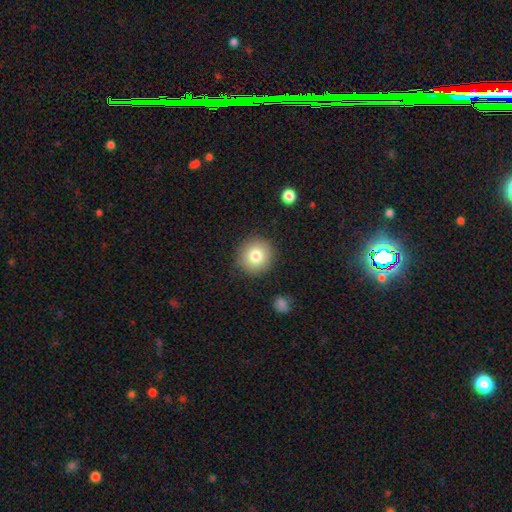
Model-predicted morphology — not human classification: This appears to be a smooth galaxy with no disk features (80%) that is round (91%). Merging: none (89%).